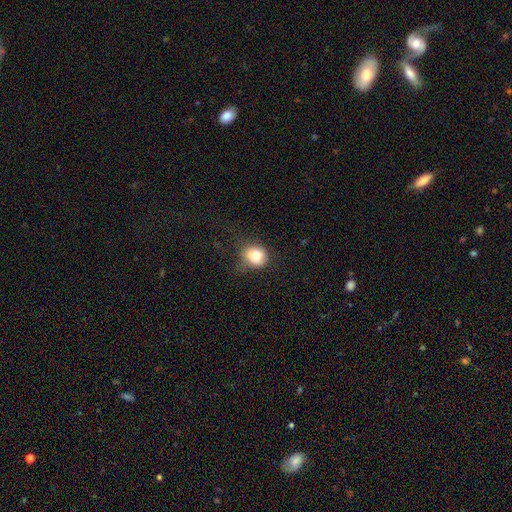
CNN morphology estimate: type=smooth (79%); roundness=round (64%); merging=none (51%).